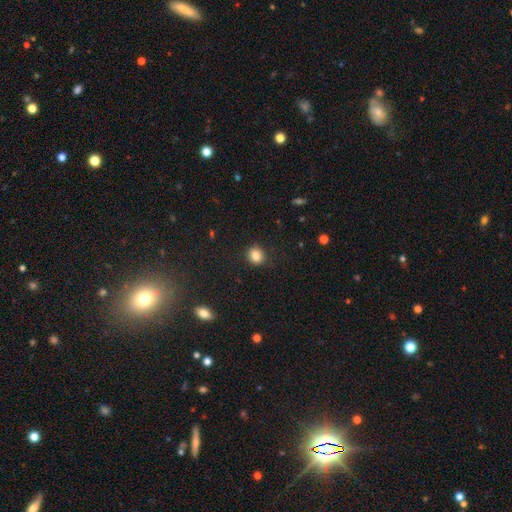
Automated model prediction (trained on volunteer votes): This appears to be a smooth galaxy with no disk features (84%) that is round (74%). Merging: none (87%).